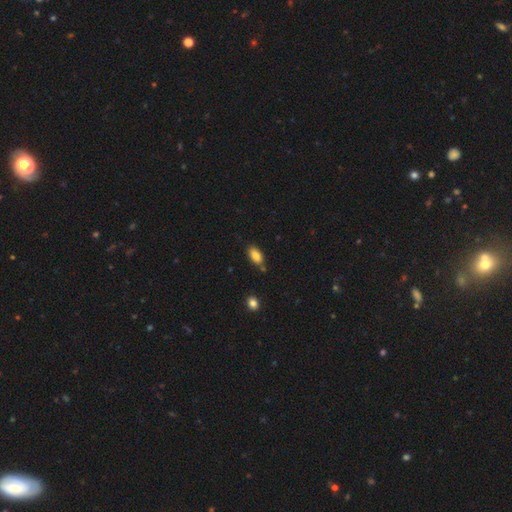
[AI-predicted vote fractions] smooth-or-featured: smooth: 84% | featured or disk: 8% | star or artifact: 8%
  how-rounded: in between: 91% | cigar-shaped: 6% | round: 3%
  merging: none: 74% | minor disturbance: 16% | merger: 7% | major disturbance: 3%